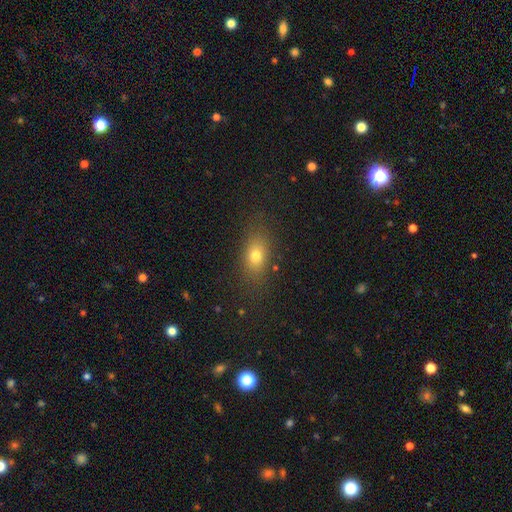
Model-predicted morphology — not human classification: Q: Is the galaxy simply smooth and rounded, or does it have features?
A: smooth — 75%.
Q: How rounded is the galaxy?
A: in between — 75%.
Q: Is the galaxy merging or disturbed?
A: none — 81%.